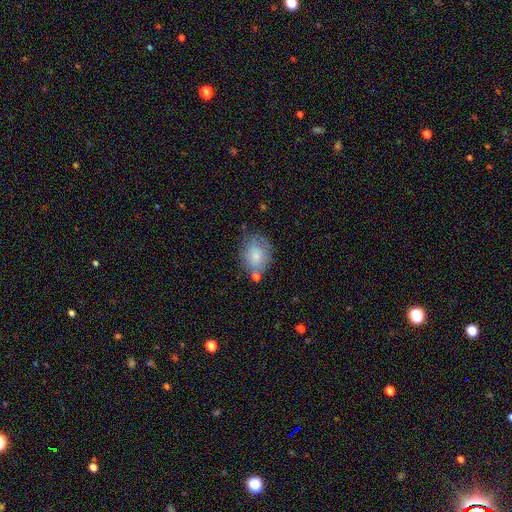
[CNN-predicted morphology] Smooth or featured? Predicted: smooth (p=0.71). How rounded? Predicted: in between (p=0.62). Merging? Predicted: none (p=0.50).